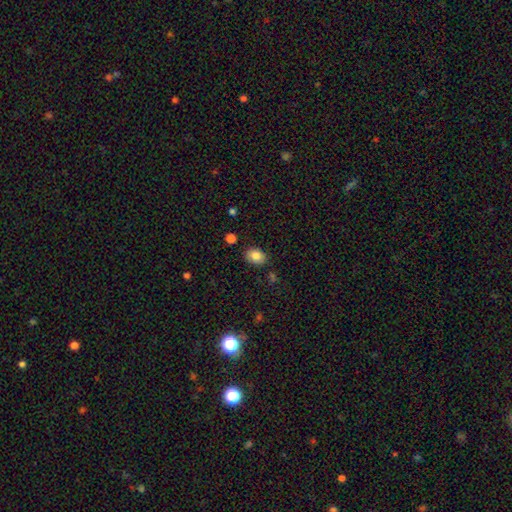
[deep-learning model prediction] Smooth or featured?
  - smooth: 83% *
  - star or artifact: 9%
  - featured or disk: 8%
How rounded?
  - in between: 73% *
  - round: 26%
  - cigar-shaped: 1%
Merging?
  - none: 85% *
  - minor disturbance: 10%
  - merger: 2%
  - major disturbance: 2%